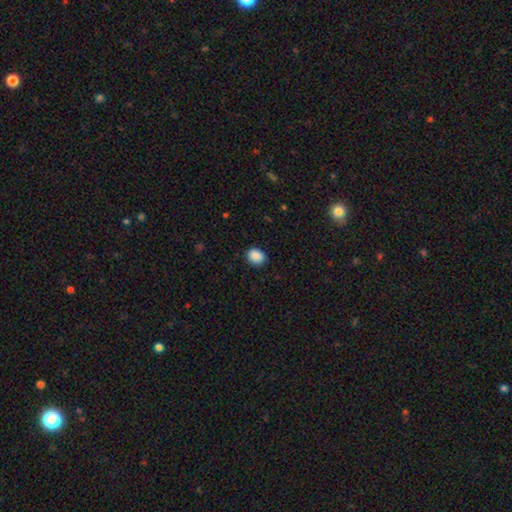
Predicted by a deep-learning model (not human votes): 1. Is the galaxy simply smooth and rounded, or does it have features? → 89% smooth, 8% star or artifact, 2% featured or disk.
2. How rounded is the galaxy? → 52% round, 47% in between, 1% cigar-shaped.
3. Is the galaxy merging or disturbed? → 87% none, 10% minor disturbance, 2% major disturbance, 1% merger.